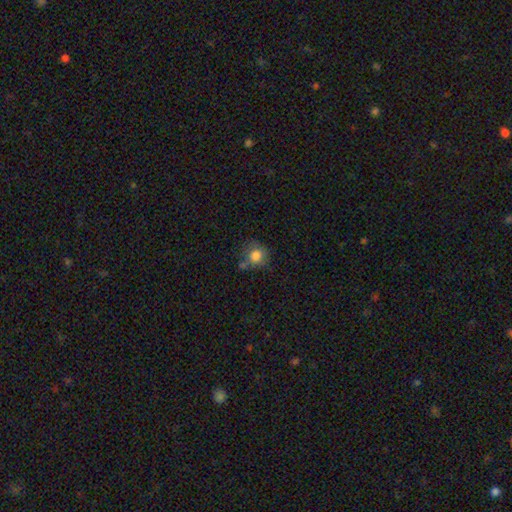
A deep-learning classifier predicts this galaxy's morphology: A smooth galaxy with no disk features (81%) that is round (84%). Merging: none (58%).